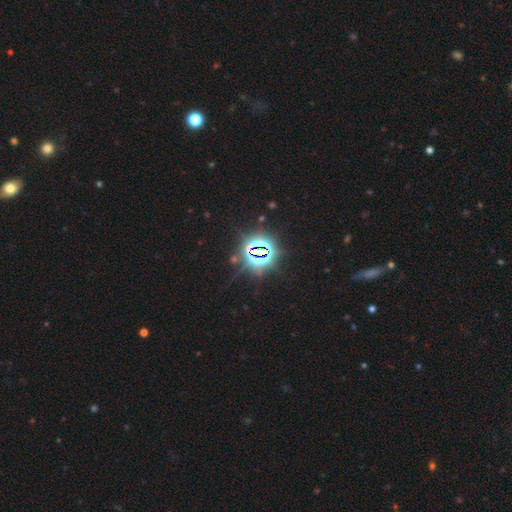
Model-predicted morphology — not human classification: star or artifact 82%, smooth 11%, featured or disk 7%.